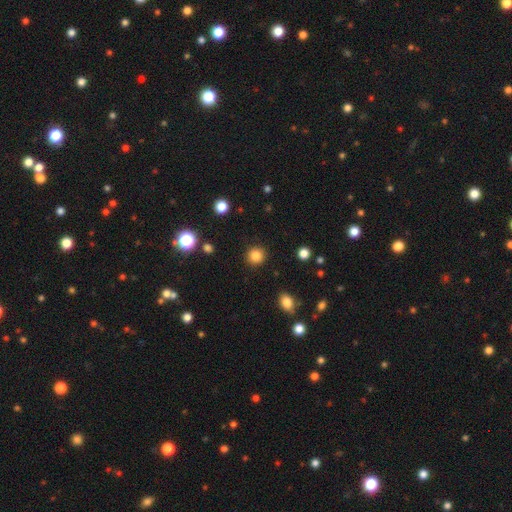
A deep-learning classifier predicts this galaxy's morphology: Smooth or featured: smooth — 84% (star or artifact — 11%)
How rounded: round — 93% (in between — 6%)
Merging: none — 91% (minor disturbance — 5%)